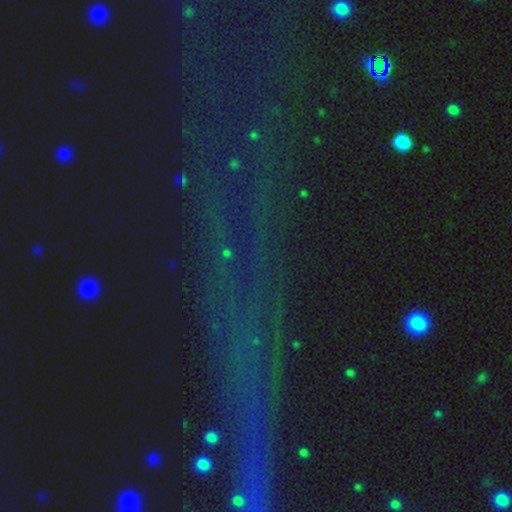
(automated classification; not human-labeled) star or artifact 72%, smooth 15%, featured or disk 13%.